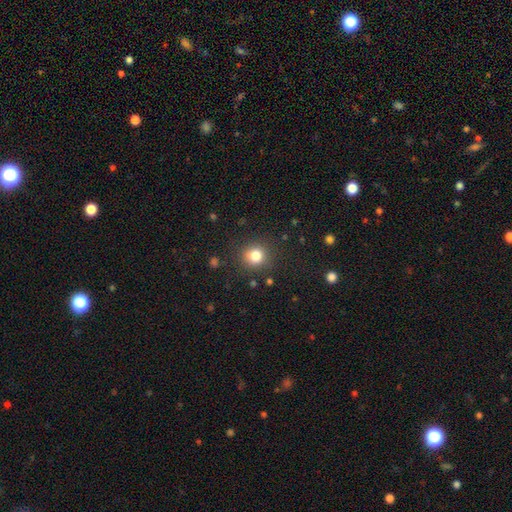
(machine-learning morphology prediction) A smooth galaxy with no disk features (81%) that is round (85%). Merging: none (84%).